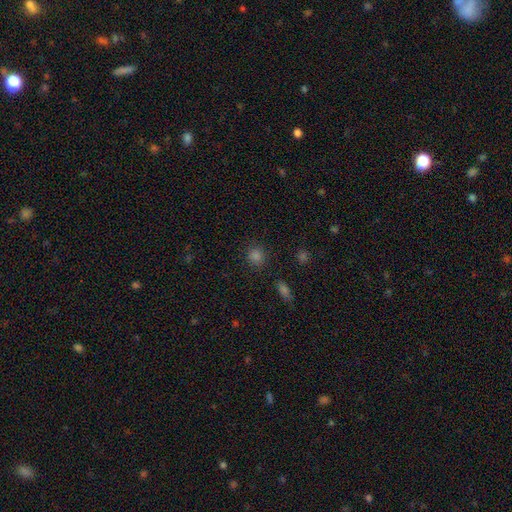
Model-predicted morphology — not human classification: This is likely a smooth galaxy (79%). How rounded: clearly round (86%). Merging: clearly none (88%).